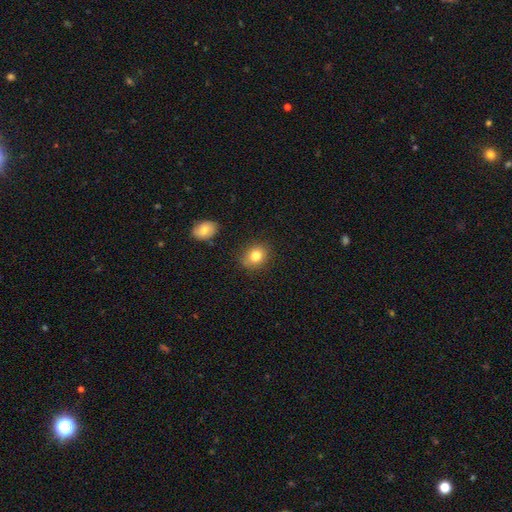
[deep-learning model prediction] This appears to be a smooth galaxy with no disk features (80%) that is round (60%). Merging: none (81%).